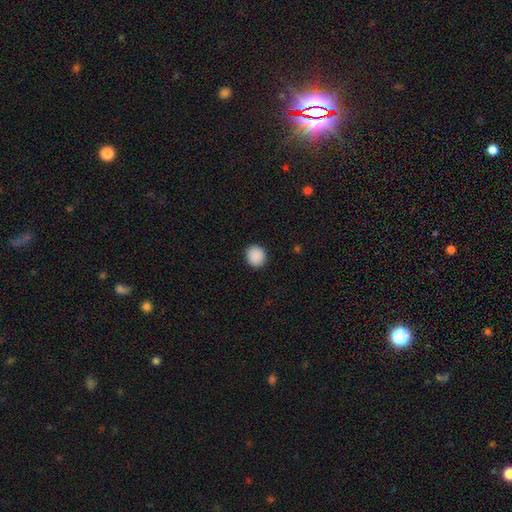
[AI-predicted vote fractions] Morphology: type=smooth (90%); roundness=round (87%); merging=none (92%).